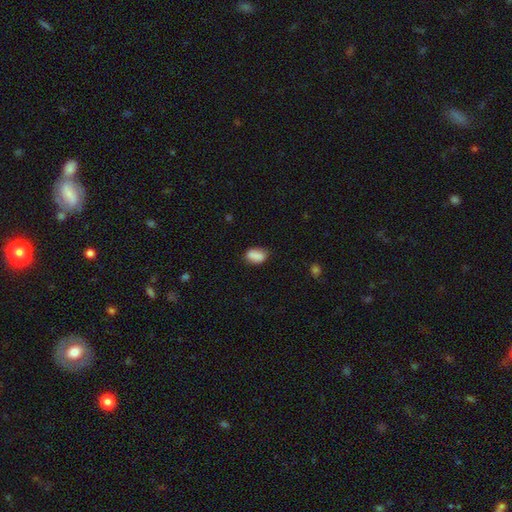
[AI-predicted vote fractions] A smooth galaxy with no disk features (86%) that is in between round and cigar-shaped (86%). Merging: none (72%).